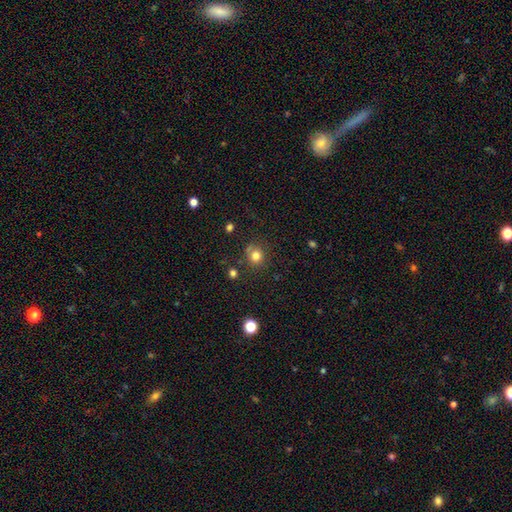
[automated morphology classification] Smooth or featured?
  - smooth: 79% *
  - star or artifact: 15%
  - featured or disk: 6%
How rounded?
  - round: 87% *
  - in between: 12%
  - cigar-shaped: 1%
Merging?
  - none: 76% *
  - minor disturbance: 13%
  - merger: 7%
  - major disturbance: 4%